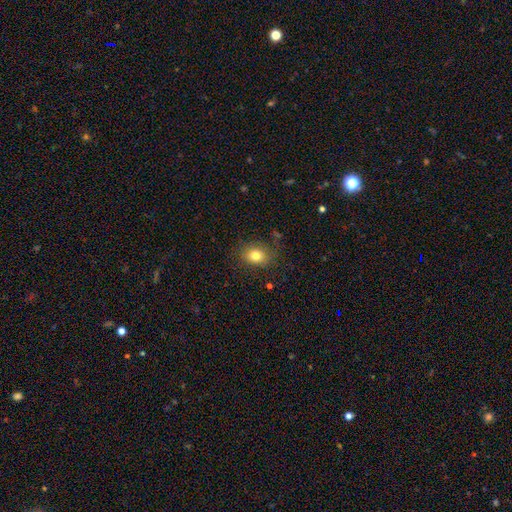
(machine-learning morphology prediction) A smooth galaxy with no disk features (80%) that is in between round and cigar-shaped (54%).

Vote fractions:
- Smooth or featured? smooth: 80% / star or artifact: 11% / featured or disk: 9%
- How rounded? in between: 54% / round: 45% / cigar-shaped: 1%
- Merging? none: 80% / minor disturbance: 14% / major disturbance: 4% / merger: 1%